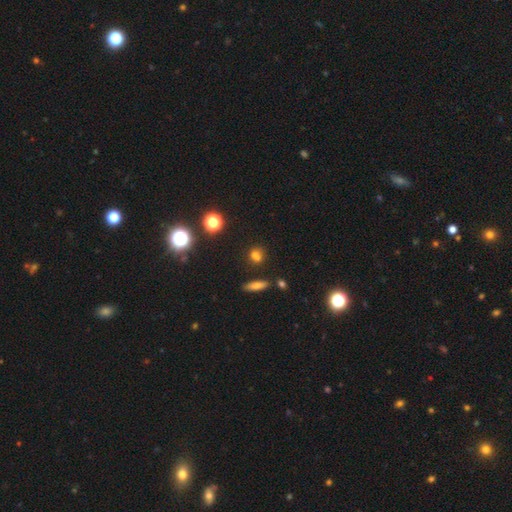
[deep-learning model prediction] Smooth or featured?
  - smooth: 67% *
  - star or artifact: 24%
  - featured or disk: 8%
How rounded?
  - round: 70% *
  - in between: 25%
  - cigar-shaped: 5%
Merging?
  - none: 71% *
  - merger: 14%
  - minor disturbance: 11%
  - major disturbance: 4%